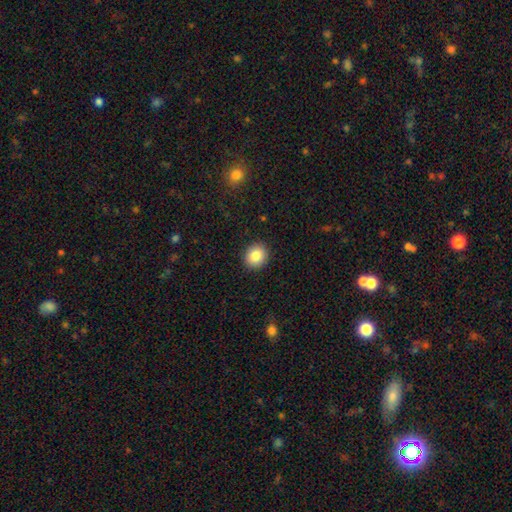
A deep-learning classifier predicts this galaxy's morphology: Smooth or featured? smooth (84%)
How rounded? round (73%)
Merging? none (91%)